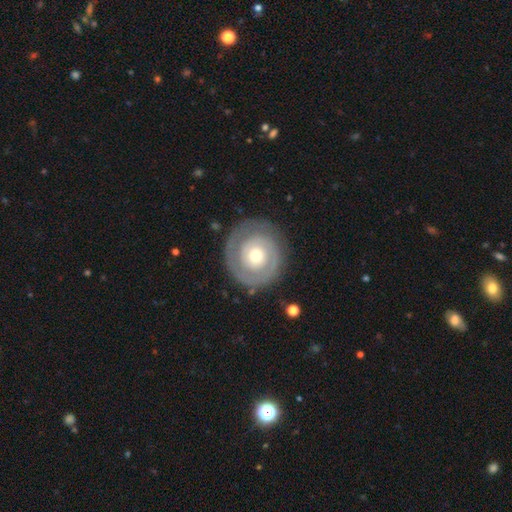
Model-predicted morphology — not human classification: Smooth or featured? featured or disk (71%)
Edge-on disk? no (97%)
Bar? no (83%)
Spiral arms? yes (72%)
Bulge size? moderate (59%)
Merging? none (81%)